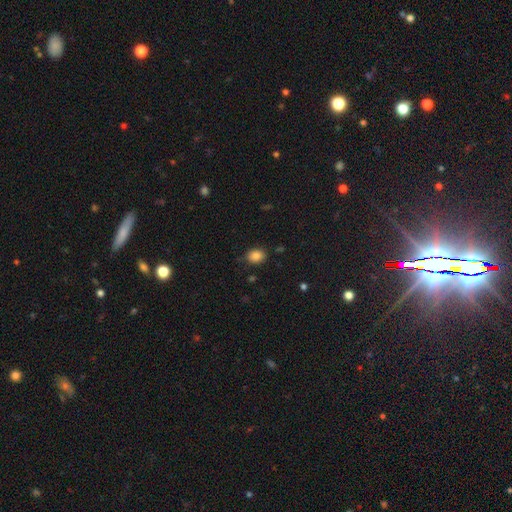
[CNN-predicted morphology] A smooth galaxy with no disk features (85%) that is in between round and cigar-shaped (60%).

Vote fractions:
- Smooth or featured? smooth: 85% / star or artifact: 10% / featured or disk: 5%
- How rounded? in between: 60% / round: 39% / cigar-shaped: 1%
- Merging? none: 81% / minor disturbance: 14% / major disturbance: 3% / merger: 2%